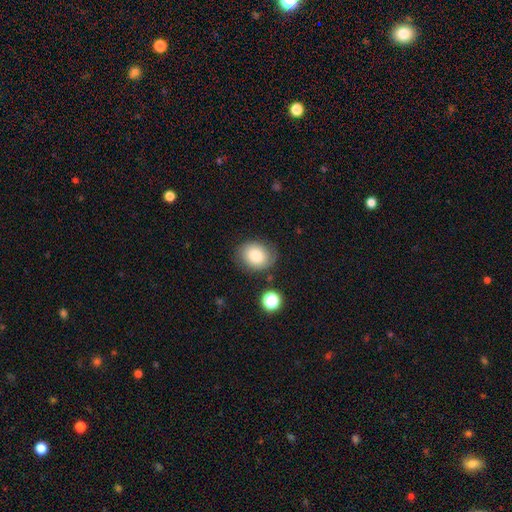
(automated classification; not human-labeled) Smooth or featured?
  - smooth: 77% *
  - featured or disk: 13%
  - star or artifact: 9%
How rounded?
  - round: 54% *
  - in between: 45%
  - cigar-shaped: 1%
Merging?
  - none: 76% *
  - minor disturbance: 16%
  - major disturbance: 5%
  - merger: 3%